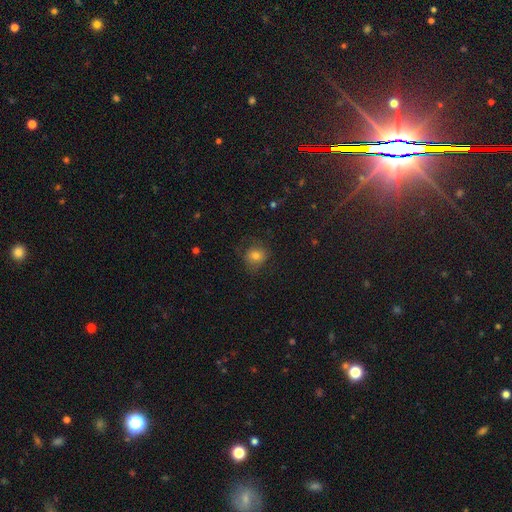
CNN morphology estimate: This appears to be a smooth galaxy with no disk features (70%) that is round (75%). Merging: none (60%).